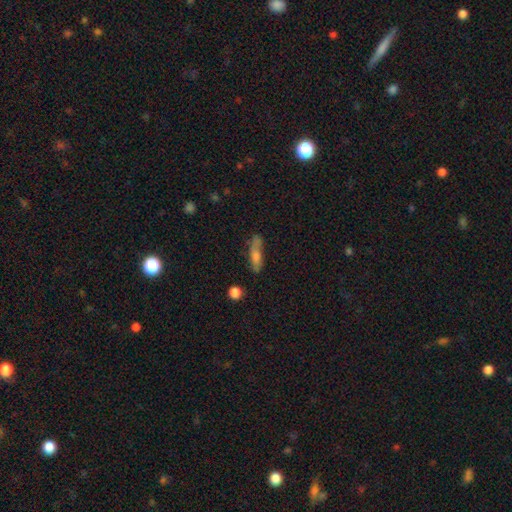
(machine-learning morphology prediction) smooth_or_featured: smooth (p=0.54) [alt: featured or disk p=0.35]
how_rounded: cigar-shaped (p=0.65) [alt: in between p=0.31]
merging: none (p=0.66) [alt: minor disturbance p=0.22]